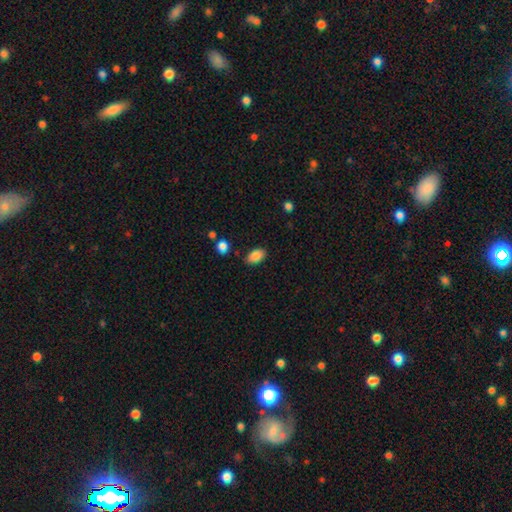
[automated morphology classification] A smooth galaxy with no disk features (87%) that is in between round and cigar-shaped (90%).

Vote fractions:
- Smooth or featured? smooth: 87% / star or artifact: 8% / featured or disk: 6%
- How rounded? in between: 90% / round: 9% / cigar-shaped: 1%
- Merging? none: 80% / minor disturbance: 15% / major disturbance: 3% / merger: 2%